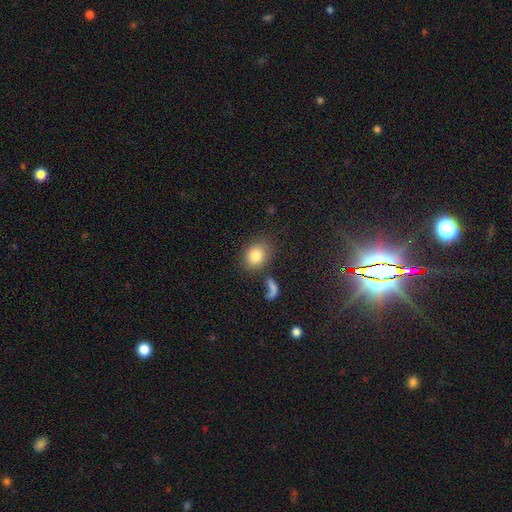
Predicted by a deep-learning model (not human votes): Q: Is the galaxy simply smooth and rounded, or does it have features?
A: smooth — 83%.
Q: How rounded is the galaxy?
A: round — 57%.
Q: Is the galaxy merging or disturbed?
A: none — 69%.